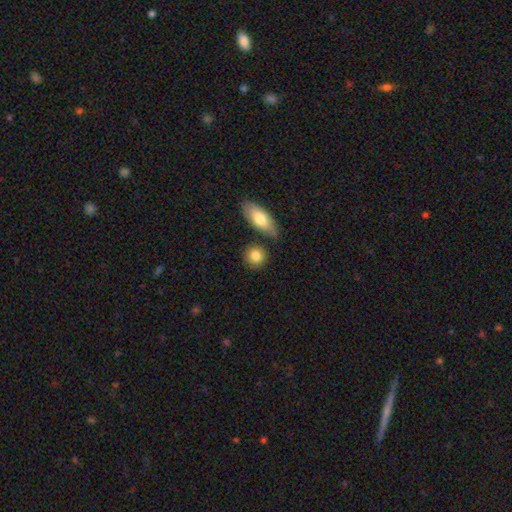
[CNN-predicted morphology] type=smooth (82%); roundness=round (71%); merging=none (77%).